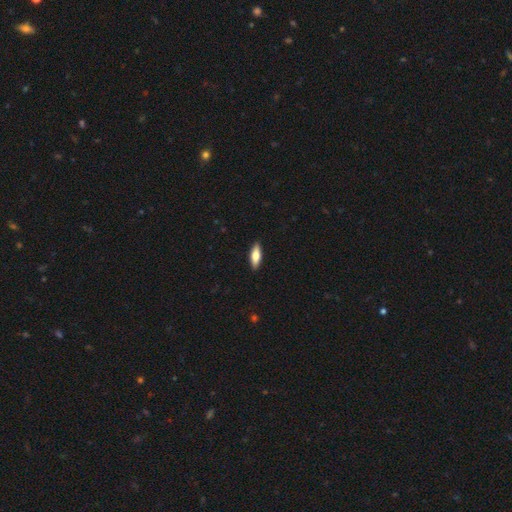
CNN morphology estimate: Smooth or featured: smooth — 68% (featured or disk — 27%)
How rounded: in between — 55% (cigar-shaped — 43%)
Merging: none — 90% (minor disturbance — 7%)